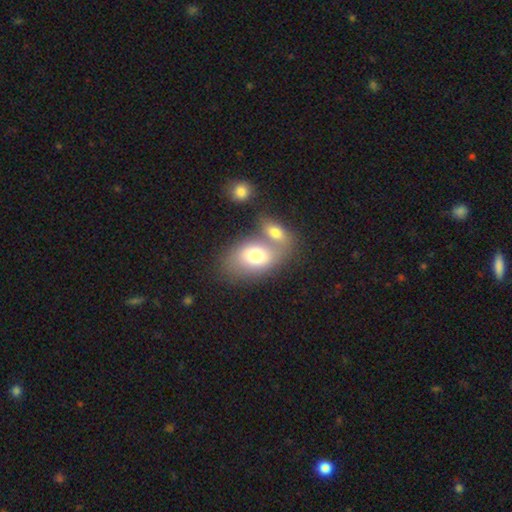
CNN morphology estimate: smooth_or_featured: smooth (p=0.71) [alt: featured or disk p=0.21]
how_rounded: in between (p=0.85) [alt: round p=0.13]
merging: merger (p=0.49) [alt: none p=0.35]